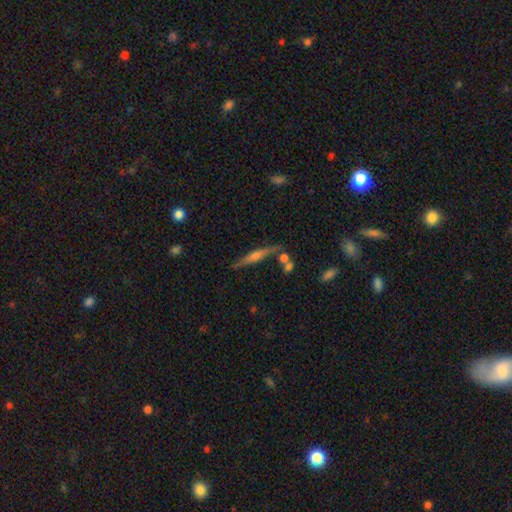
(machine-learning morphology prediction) A featured or disk galaxy (75%) viewed edge-on (96%) with a rounded central bulge (87%). Merging: none (79%).